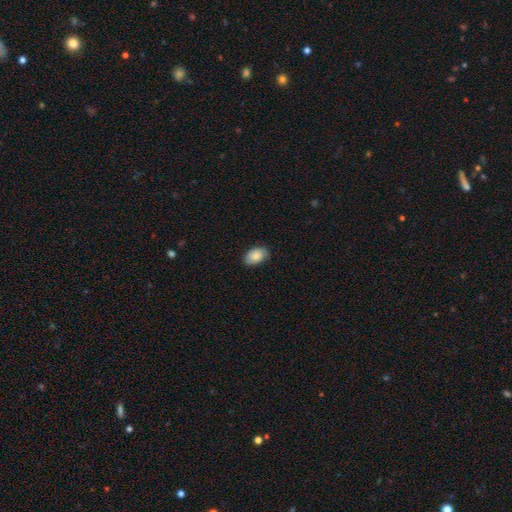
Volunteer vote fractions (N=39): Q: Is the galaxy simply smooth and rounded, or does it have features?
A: smooth — 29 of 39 (74%).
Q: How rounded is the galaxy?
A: in between — 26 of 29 (90%).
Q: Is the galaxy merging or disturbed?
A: none — 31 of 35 (89%).